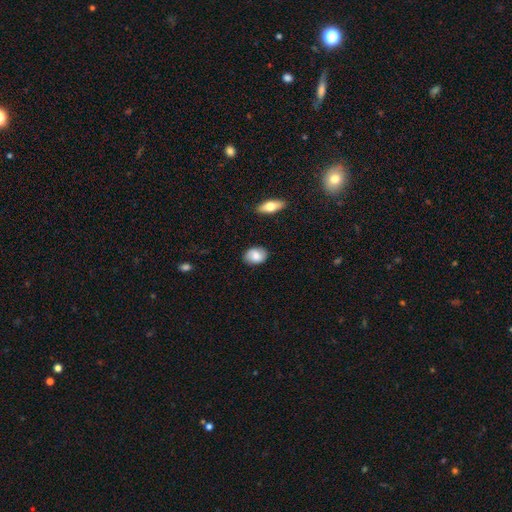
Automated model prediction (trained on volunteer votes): Q: Smooth or featured?
A: smooth (77%); runner-up: featured or disk (16%)
Q: How rounded?
A: in between (75%); runner-up: round (23%)
Q: Merging?
A: none (85%); runner-up: minor disturbance (11%)